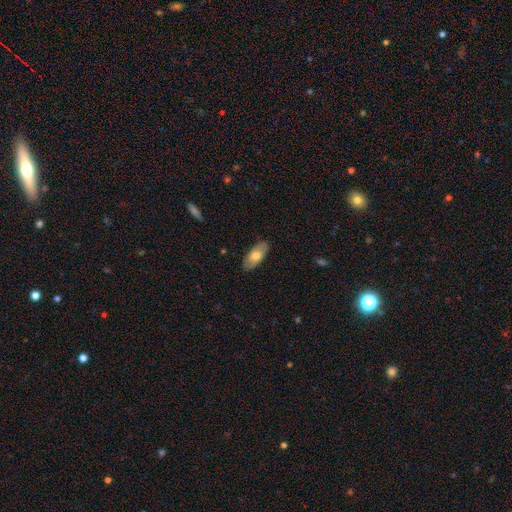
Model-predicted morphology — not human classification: Overall: smooth (66%; featured or disk 28%). How rounded: in between (89%). Merging: none (87%).